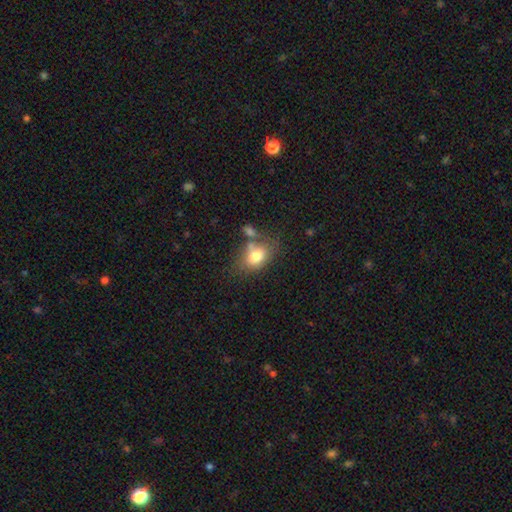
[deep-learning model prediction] Smooth or featured? smooth (75%)
How rounded? in between (75%)
Merging? none (50%)